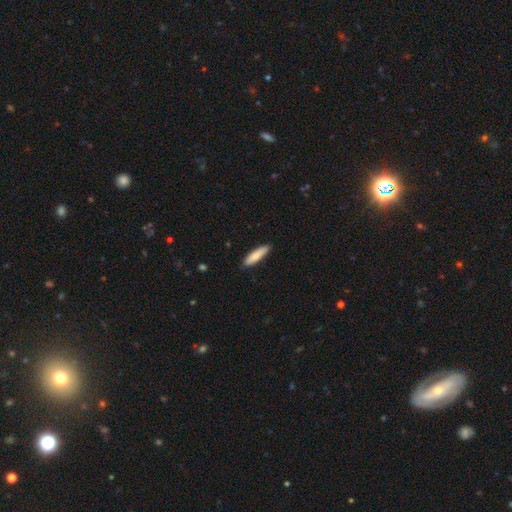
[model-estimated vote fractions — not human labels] A smooth galaxy with no disk features (82%) that is cigar-shaped (73%).

Vote fractions:
- Smooth or featured? smooth: 82% / featured or disk: 13% / star or artifact: 5%
- How rounded? cigar-shaped: 73% / in between: 26% / round: 1%
- Merging? none: 87% / minor disturbance: 10% / major disturbance: 2% / merger: 1%